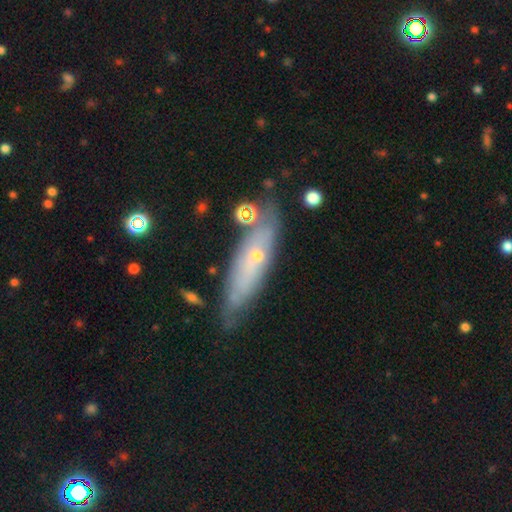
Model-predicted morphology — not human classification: featured or disk 58%, smooth 34%, star or artifact 8%. Down the decision tree: edge-on disk — no (60%); merging — none (66%).